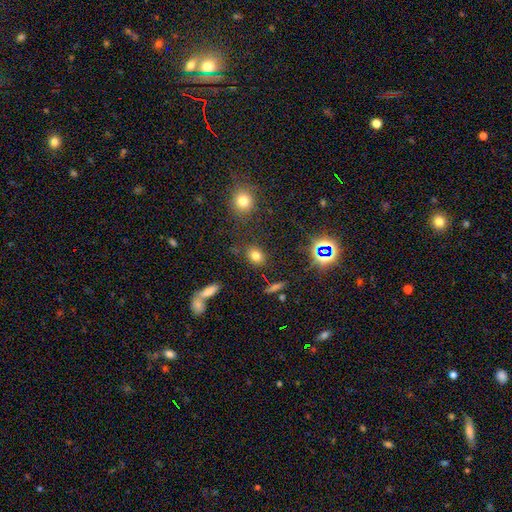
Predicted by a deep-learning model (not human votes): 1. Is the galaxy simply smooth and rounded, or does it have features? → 74% smooth, 18% star or artifact, 9% featured or disk.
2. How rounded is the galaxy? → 56% in between, 42% round, 2% cigar-shaped.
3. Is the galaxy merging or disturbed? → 83% none, 10% minor disturbance, 4% merger, 4% major disturbance.